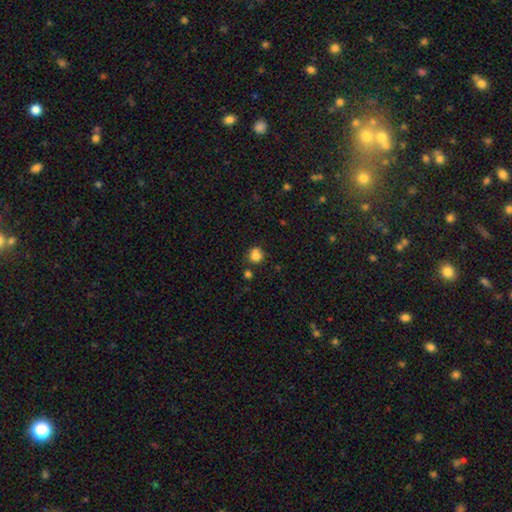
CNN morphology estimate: Smooth or featured?
  - smooth: 82% *
  - star or artifact: 11%
  - featured or disk: 7%
How rounded?
  - round: 88% *
  - in between: 11%
  - cigar-shaped: 1%
Merging?
  - none: 70% *
  - minor disturbance: 16%
  - merger: 9%
  - major disturbance: 4%